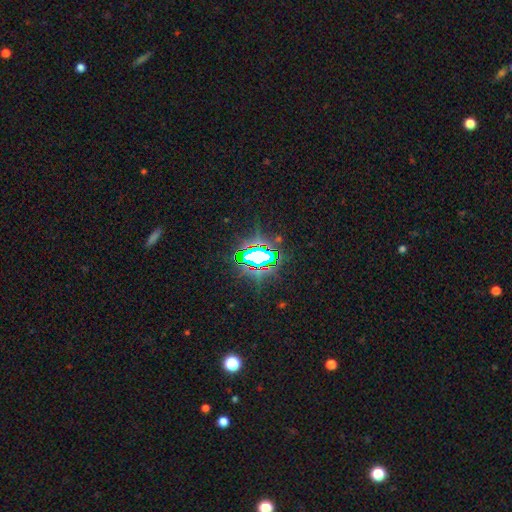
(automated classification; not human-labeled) Smooth or featured: star or artifact — 73% (smooth — 15%)